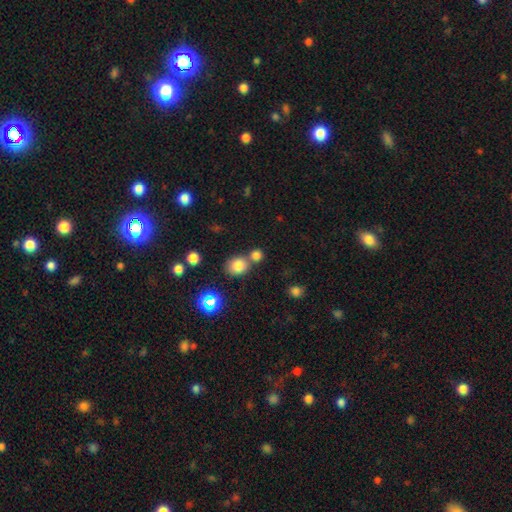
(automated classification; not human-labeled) smooth 78%, star or artifact 16%, featured or disk 7%. Down the decision tree: how rounded — round (81%); merging — none (55%).